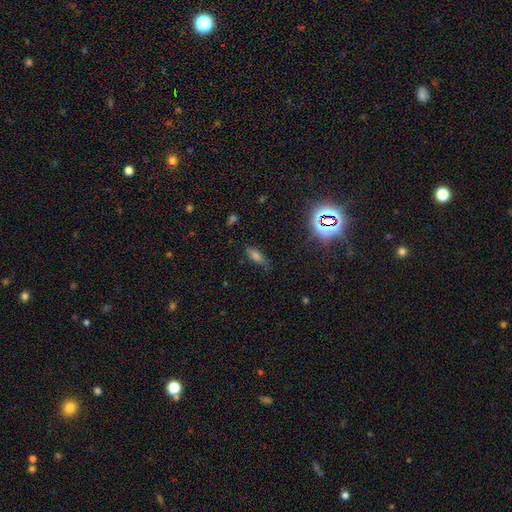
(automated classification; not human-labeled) Smooth or featured: smooth — 60% (star or artifact — 25%)
How rounded: in between — 63% (cigar-shaped — 32%)
Merging: none — 71% (minor disturbance — 21%)